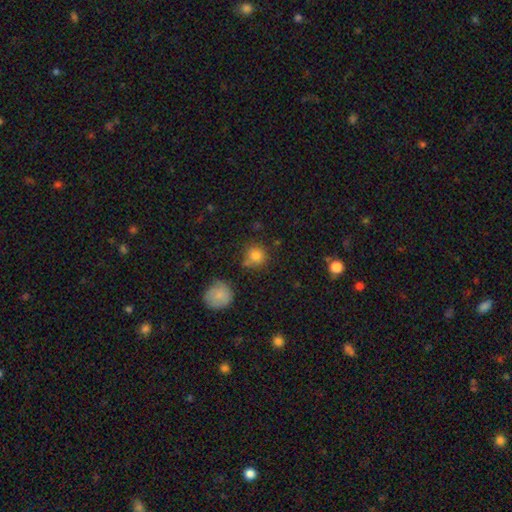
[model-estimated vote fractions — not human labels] Overall: smooth (81%). How rounded: round (91%). Merging: none (73%).